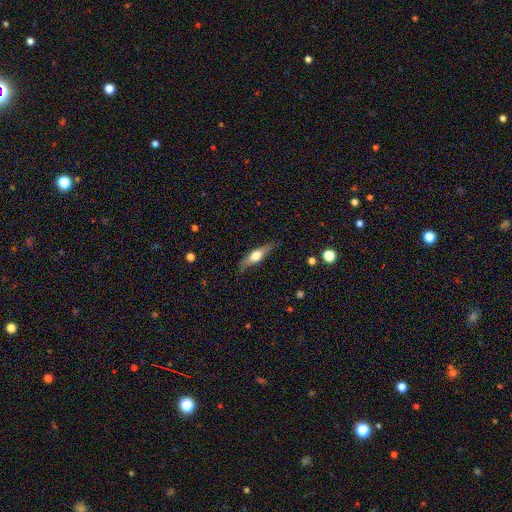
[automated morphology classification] type=featured or disk (50%); merging=none (82%).